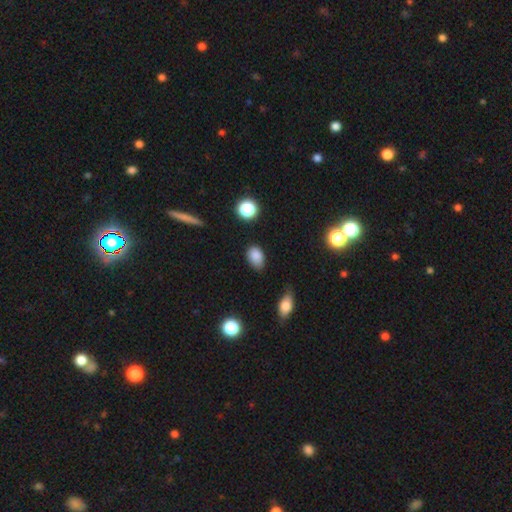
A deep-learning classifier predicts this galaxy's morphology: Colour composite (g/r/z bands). It shows a smooth galaxy with no disk features (85%) that is in between round and cigar-shaped (81%). Merging: none (72%).